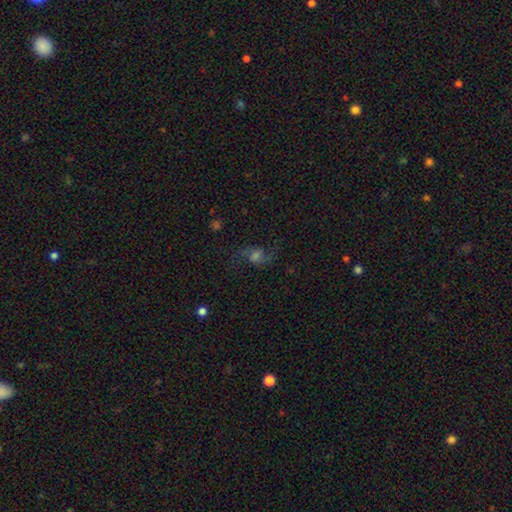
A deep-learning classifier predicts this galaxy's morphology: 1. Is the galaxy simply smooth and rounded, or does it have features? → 71% featured or disk, 15% smooth, 14% star or artifact.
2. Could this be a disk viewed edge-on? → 96% no, 4% yes.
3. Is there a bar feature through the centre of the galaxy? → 54% no, 38% weak, 8% strong.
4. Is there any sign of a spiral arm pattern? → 94% yes, 6% no.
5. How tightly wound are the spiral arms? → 72% loose, 24% medium, 4% tight.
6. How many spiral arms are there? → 92% 2, 3% 1, 2% can't tell, 1% 3, 1% 4, 1% more than 4.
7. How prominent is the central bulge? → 45% moderate, 28% small, 15% large, 8% none, 3% dominant.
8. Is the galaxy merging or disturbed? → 74% none, 14% minor disturbance, 11% major disturbance, 2% merger.